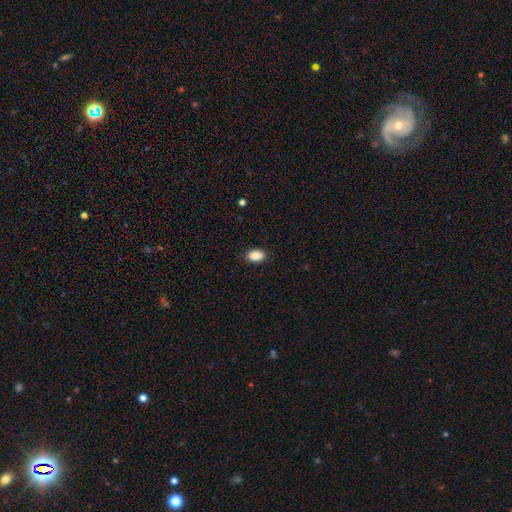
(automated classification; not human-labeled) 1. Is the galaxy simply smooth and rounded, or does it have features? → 89% smooth, 8% star or artifact, 3% featured or disk.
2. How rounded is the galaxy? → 89% in between, 10% round, 2% cigar-shaped.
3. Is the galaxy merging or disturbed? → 87% none, 10% minor disturbance, 2% major disturbance, 1% merger.